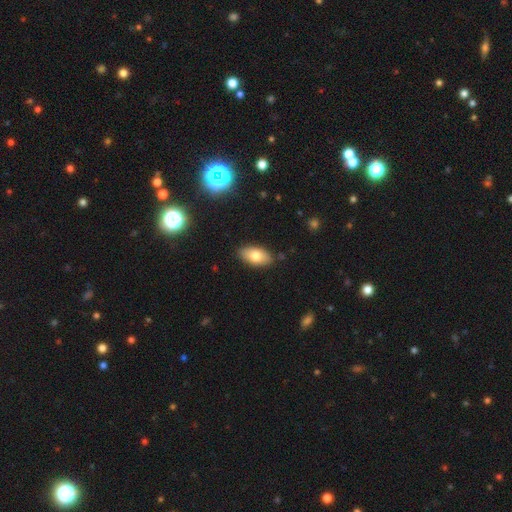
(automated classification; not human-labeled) A smooth galaxy with no disk features (77%) that is in between round and cigar-shaped (92%).

Vote fractions:
- Smooth or featured? smooth: 77% / featured or disk: 15% / star or artifact: 8%
- How rounded? in between: 92% / cigar-shaped: 4% / round: 4%
- Merging? none: 86% / minor disturbance: 10% / major disturbance: 2% / merger: 1%